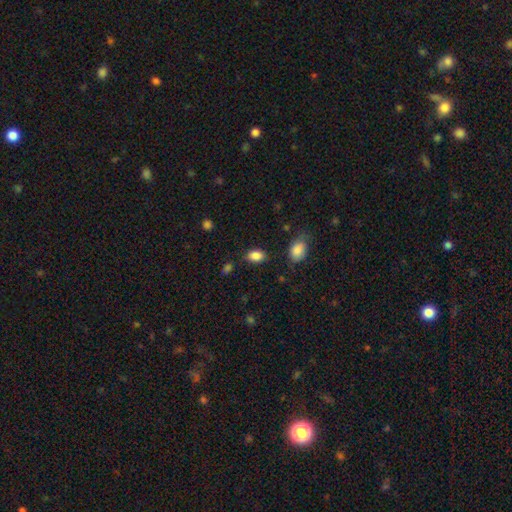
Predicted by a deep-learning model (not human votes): Smooth or featured? Predicted: smooth (p=0.87). How rounded? Predicted: in between (p=0.86). Merging? Predicted: none (p=0.80).